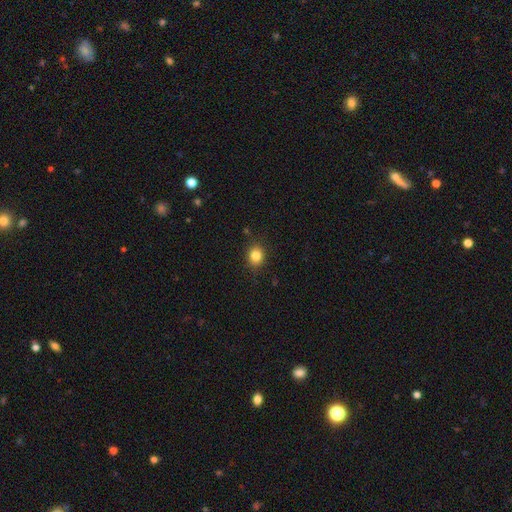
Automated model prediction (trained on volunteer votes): smooth-or-featured: smooth: 84% | star or artifact: 11% | featured or disk: 5%
  how-rounded: round: 68% | in between: 31% | cigar-shaped: 1%
  merging: none: 86% | minor disturbance: 10% | major disturbance: 3% | merger: 1%